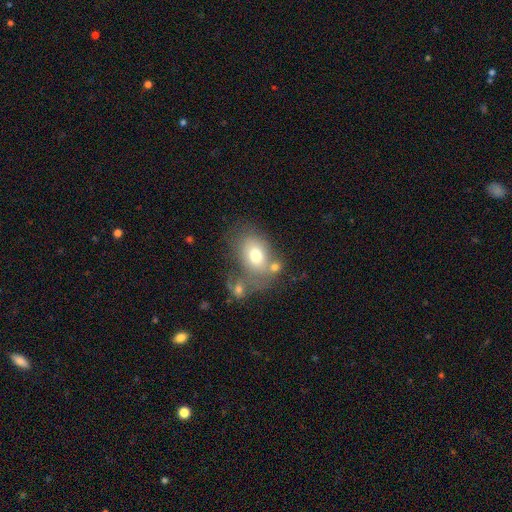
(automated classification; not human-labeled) Smooth or featured? smooth (70%)
How rounded? in between (72%)
Merging? none (39%)